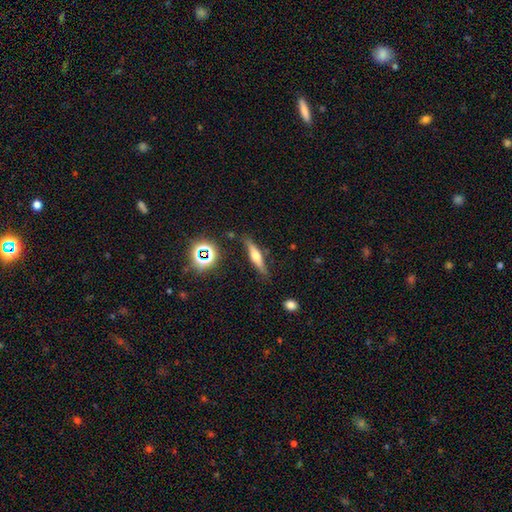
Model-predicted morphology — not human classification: featured or disk 51%, smooth 38%, star or artifact 11%. Down the decision tree: edge-on disk — yes (94%); merging — none (82%).